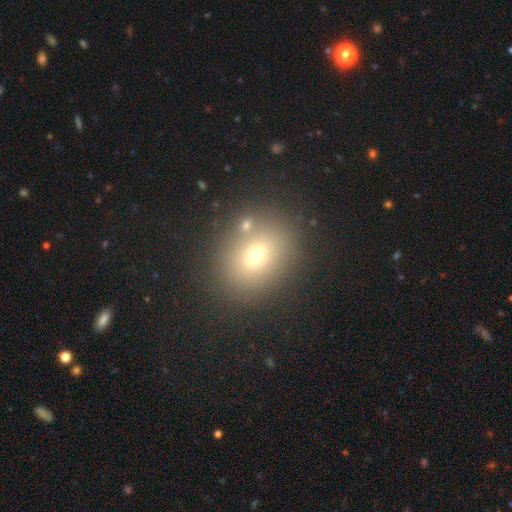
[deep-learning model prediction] Smooth or featured? smooth (68%)
How rounded? round (54%)
Merging? none (79%)